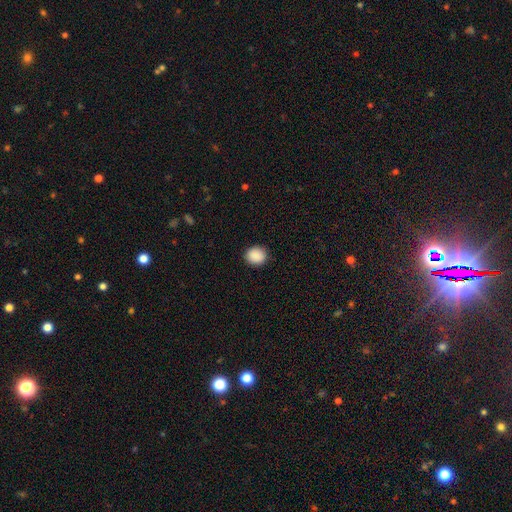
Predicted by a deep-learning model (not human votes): This is clearly a smooth galaxy (90%). How rounded: likely round (78%). Merging: clearly none (90%).